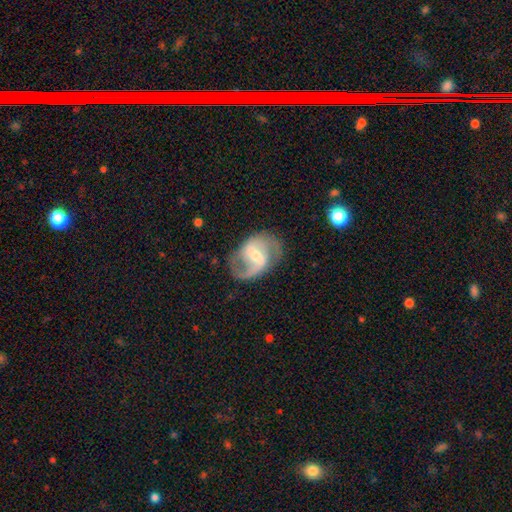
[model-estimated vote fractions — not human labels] The model was most divided on "bar": weak: 46%, strong: 40%, no: 13%. Remaining: edge-on disk — no (97%); spiral arms — yes (94%); spiral arm count — 2 (90%); smooth or featured — featured or disk (86%); merging — none (77%); spiral winding — medium (50%); bulge size — small (50%).